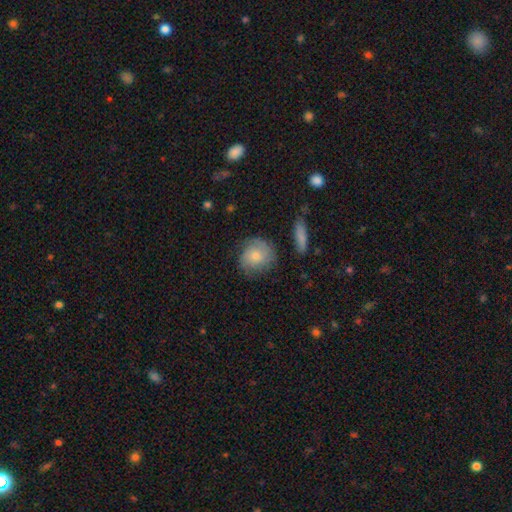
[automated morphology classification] Overall: smooth (52%; featured or disk 41%). How rounded: round (81%). Merging: none (72%).